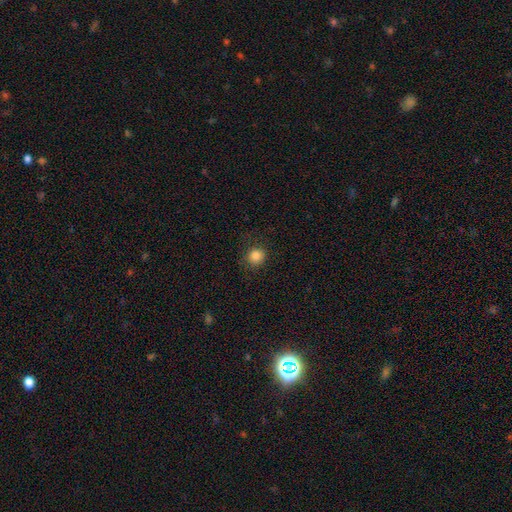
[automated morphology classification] Smooth or featured? Predicted: smooth (p=0.83). How rounded? Predicted: round (p=0.88). Merging? Predicted: none (p=0.87).